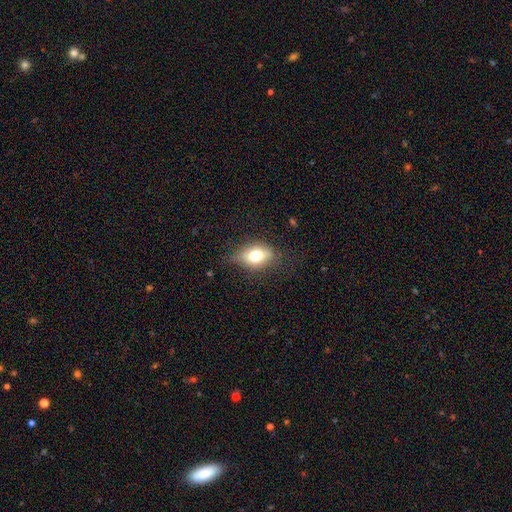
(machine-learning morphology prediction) The model was most divided on "smooth or featured": smooth: 64%, featured or disk: 27%, star or artifact: 10%. More confident: how rounded — in between (75%); merging — none (68%).